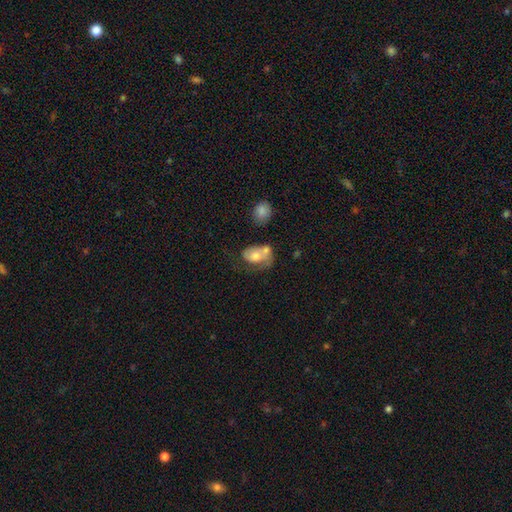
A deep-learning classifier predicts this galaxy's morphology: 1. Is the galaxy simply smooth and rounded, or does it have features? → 56% smooth, 37% featured or disk, 7% star or artifact.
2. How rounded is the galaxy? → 79% in between, 19% round, 2% cigar-shaped.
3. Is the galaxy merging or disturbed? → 31% merger, 27% major disturbance, 24% none, 19% minor disturbance.